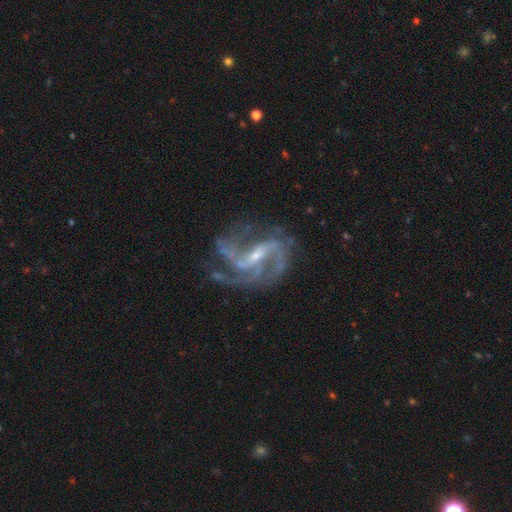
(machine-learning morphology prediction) The model was most divided on "bar": strong: 45%, weak: 40%, no: 15%. Remaining: edge-on disk — no (98%); spiral arms — yes (97%); smooth or featured — featured or disk (91%); bulge size — small (67%); merging — none (60%); spiral winding — medium (54%); spiral arm count — 2 (44%).